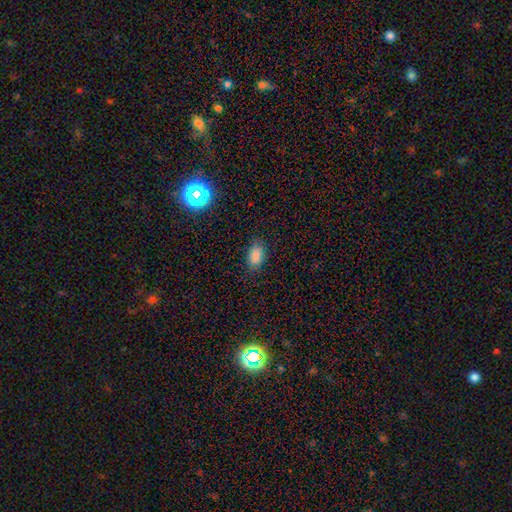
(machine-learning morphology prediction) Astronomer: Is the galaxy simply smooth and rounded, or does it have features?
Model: smooth — 85%.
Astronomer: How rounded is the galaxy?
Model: in between — 90%.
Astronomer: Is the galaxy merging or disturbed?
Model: none — 83%.